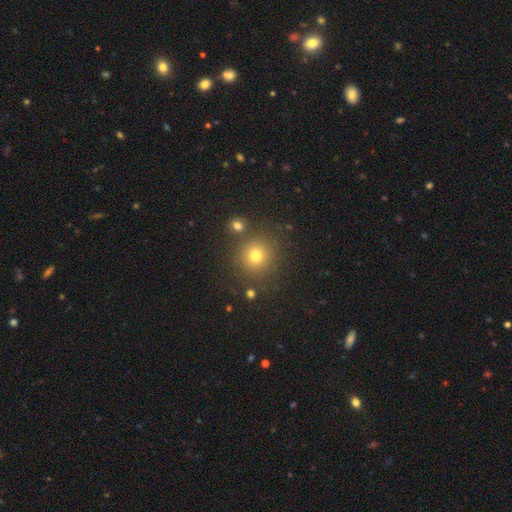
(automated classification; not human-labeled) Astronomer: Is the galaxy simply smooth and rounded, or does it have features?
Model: smooth — 71%.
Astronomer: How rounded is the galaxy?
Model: round — 93%.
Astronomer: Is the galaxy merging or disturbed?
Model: none — 83%.